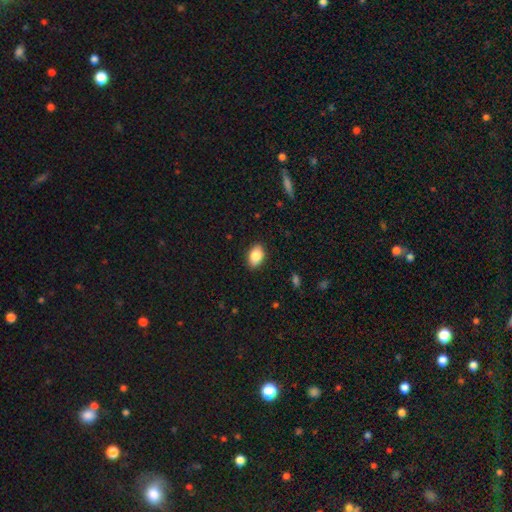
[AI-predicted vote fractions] Smooth or featured? smooth (85%)
How rounded? in between (88%)
Merging? none (88%)